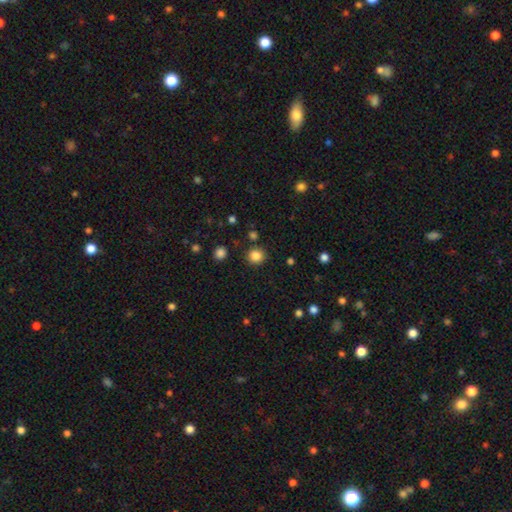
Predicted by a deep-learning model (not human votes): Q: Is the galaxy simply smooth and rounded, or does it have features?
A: smooth — 84%.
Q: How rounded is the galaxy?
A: round — 90%.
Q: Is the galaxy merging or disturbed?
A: none — 89%.